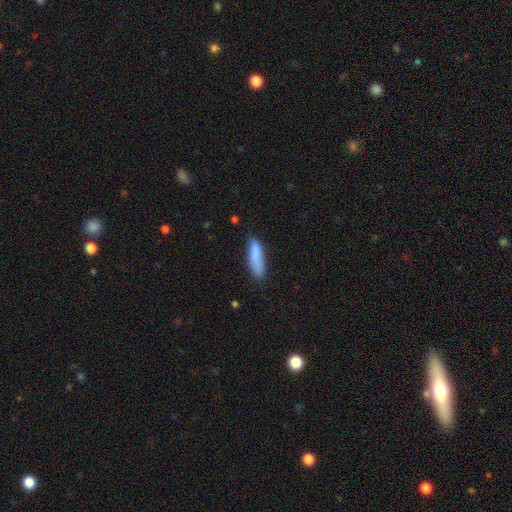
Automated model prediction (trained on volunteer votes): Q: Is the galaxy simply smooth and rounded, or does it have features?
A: smooth — 86%.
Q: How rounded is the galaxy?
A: cigar-shaped — 66%.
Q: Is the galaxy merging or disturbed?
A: none — 76%.